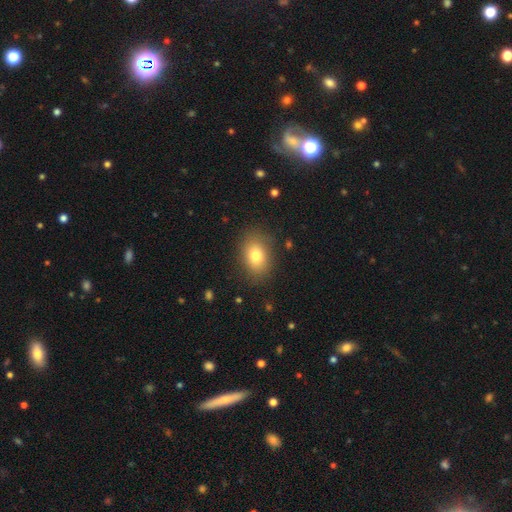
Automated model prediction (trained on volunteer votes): Smooth or featured? Predicted: smooth (p=0.78). How rounded? Predicted: in between (p=0.73). Merging? Predicted: none (p=0.84).